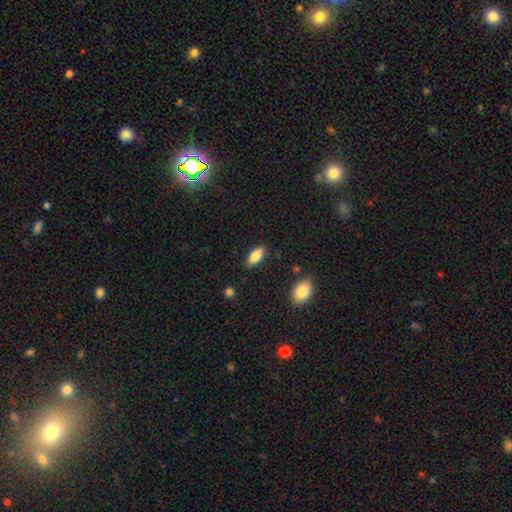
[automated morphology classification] Overall: smooth (81%). How rounded: in between (83%). Merging: none (86%).